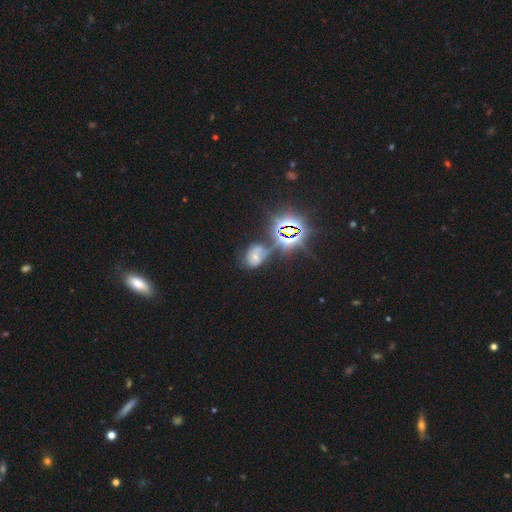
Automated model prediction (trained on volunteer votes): Morphology: type=star or artifact (38%).